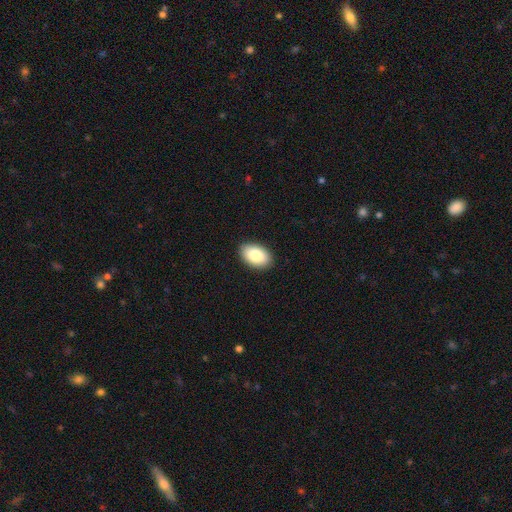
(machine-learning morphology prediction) A smooth galaxy with no disk features (84%) that is in between round and cigar-shaped (91%). Merging: none (90%).